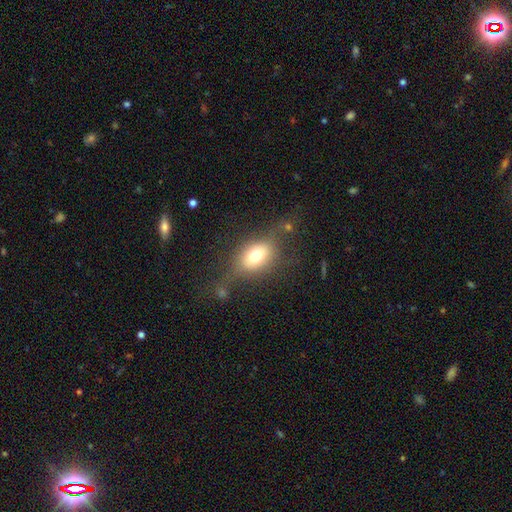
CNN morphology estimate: smooth_or_featured: smooth (p=0.66) [alt: featured or disk p=0.23]
how_rounded: in between (p=0.74) [alt: round p=0.22]
merging: none (p=0.57) [alt: minor disturbance p=0.23]